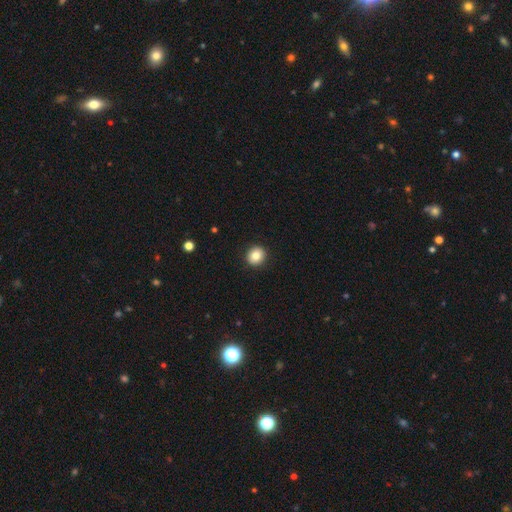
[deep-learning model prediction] Smooth or featured?
  - smooth: 83% *
  - star or artifact: 9%
  - featured or disk: 8%
How rounded?
  - round: 85% *
  - in between: 14%
  - cigar-shaped: 1%
Merging?
  - none: 92% *
  - minor disturbance: 5%
  - major disturbance: 2%
  - merger: 1%